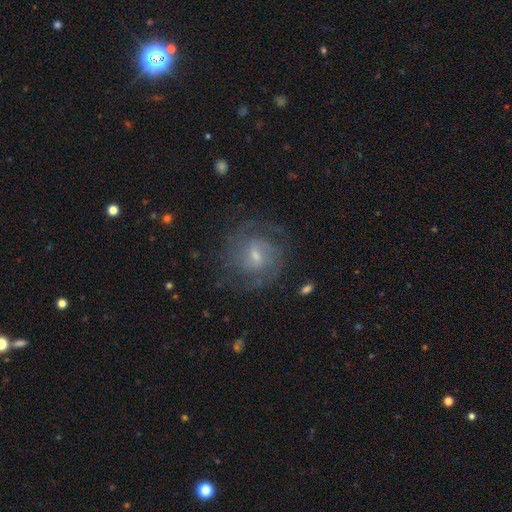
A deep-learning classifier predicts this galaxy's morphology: featured or disk 79%, smooth 14%, star or artifact 7%. Down the decision tree: edge-on disk — no (97%); bar — weak (61%); spiral arms — yes (93%); spiral arm count — 2 (38%); spiral winding — tight (47%); bulge size — small (57%); merging — none (73%).